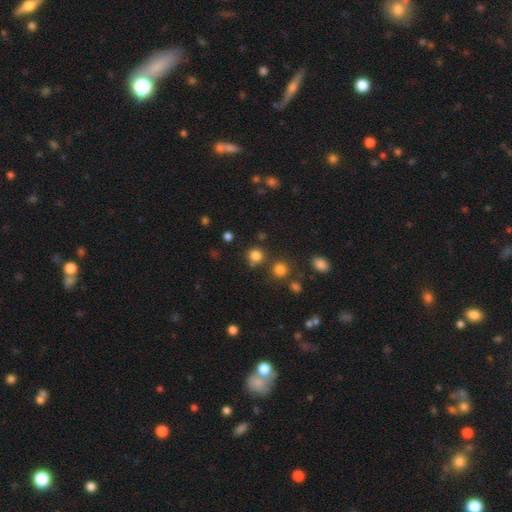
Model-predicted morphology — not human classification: smooth_or_featured: smooth (p=0.80) [alt: star or artifact p=0.15]
how_rounded: round (p=0.90) [alt: in between p=0.09]
merging: none (p=0.78) [alt: merger p=0.10]